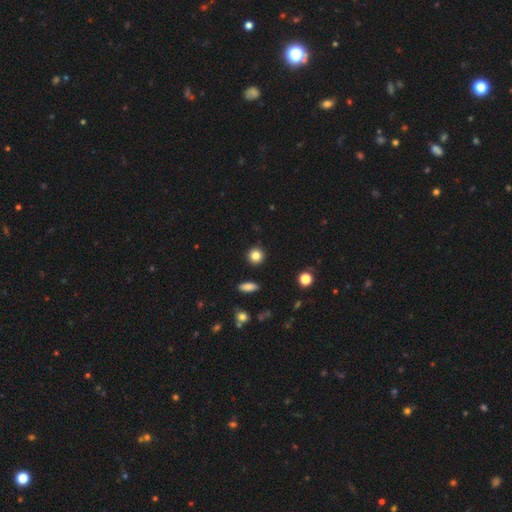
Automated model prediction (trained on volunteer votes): A smooth galaxy with no disk features (84%) that is round (92%). Merging: none (91%).